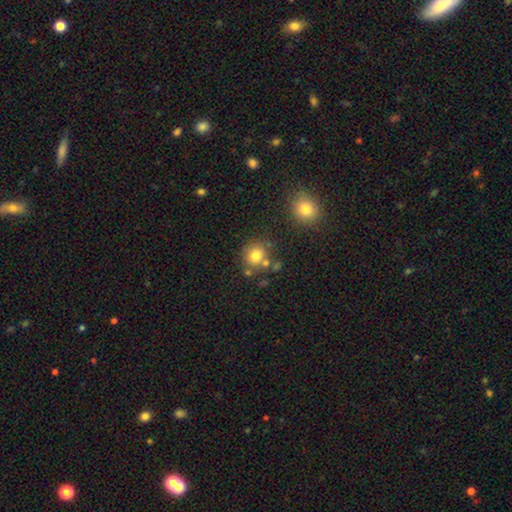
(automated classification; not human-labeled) Smooth or featured? Predicted: smooth (p=0.78). How rounded? Predicted: round (p=0.82). Merging? Predicted: none (p=0.67).